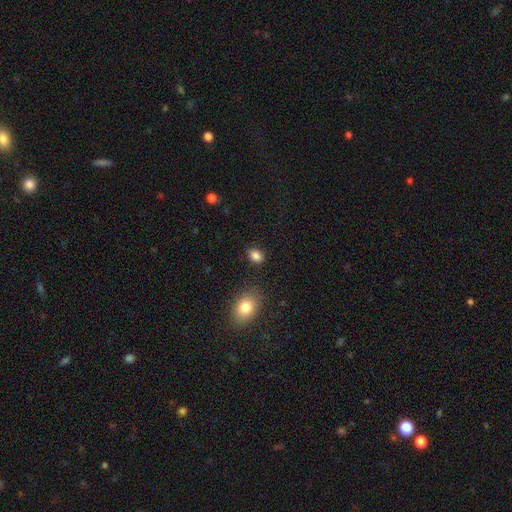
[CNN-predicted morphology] Smooth or featured? Predicted: smooth (p=0.85). How rounded? Predicted: in between (p=0.68). Merging? Predicted: none (p=0.83).